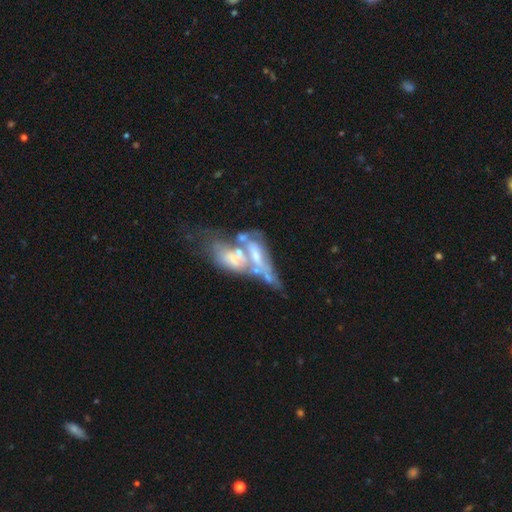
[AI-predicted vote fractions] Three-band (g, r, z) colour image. It shows a featured or disk galaxy (67%) with no bar (77%), no spiral arms (78%) and a moderate central bulge (32%). Merging: merger (63%).